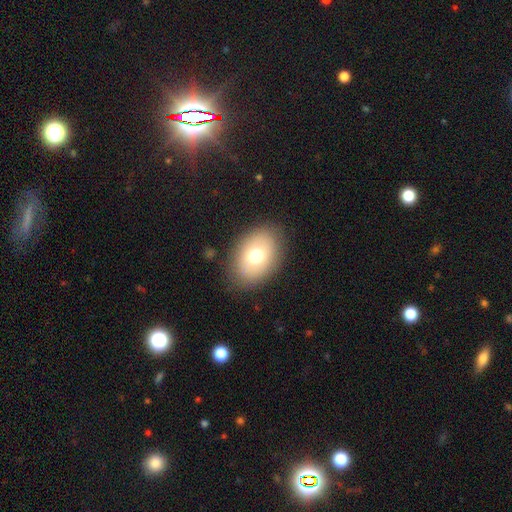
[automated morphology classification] type=smooth (67%); roundness=in between (75%); merging=none (84%).